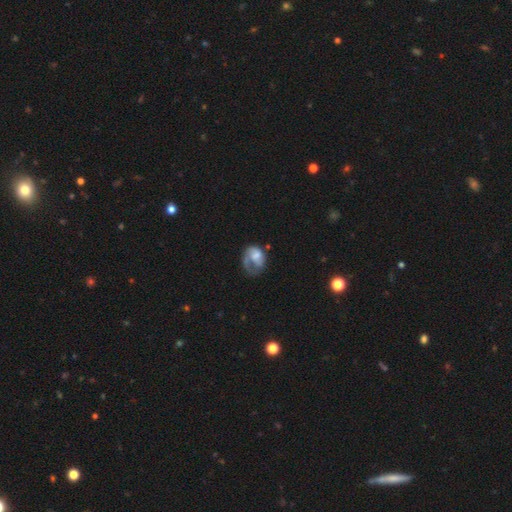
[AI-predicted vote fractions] smooth-or-featured: featured or disk: 48% | smooth: 44% | star or artifact: 8%
  merging: major disturbance: 46% | none: 27% | minor disturbance: 23% | merger: 5%